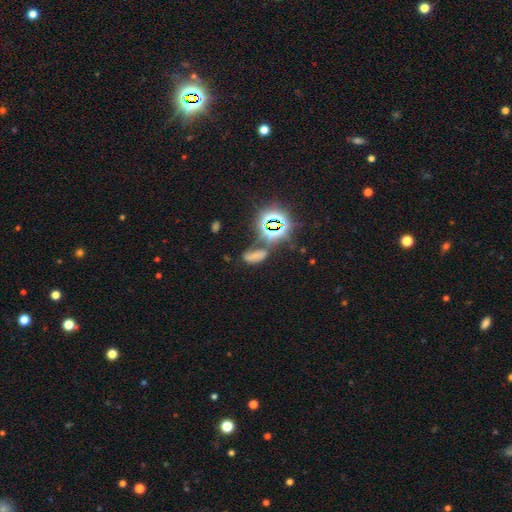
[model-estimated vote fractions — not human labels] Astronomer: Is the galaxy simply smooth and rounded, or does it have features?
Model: smooth — 45% (runner-up: star or artifact, 41%).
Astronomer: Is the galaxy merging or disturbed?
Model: none — 46%.